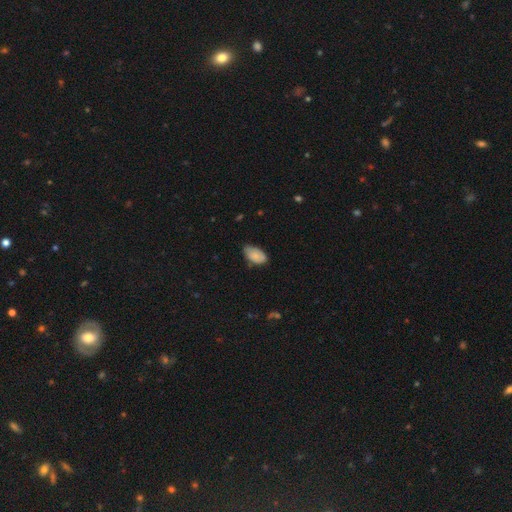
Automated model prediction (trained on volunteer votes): Smooth or featured: smooth — 82% (featured or disk — 11%)
How rounded: in between — 94% (round — 4%)
Merging: none — 65% (minor disturbance — 29%)